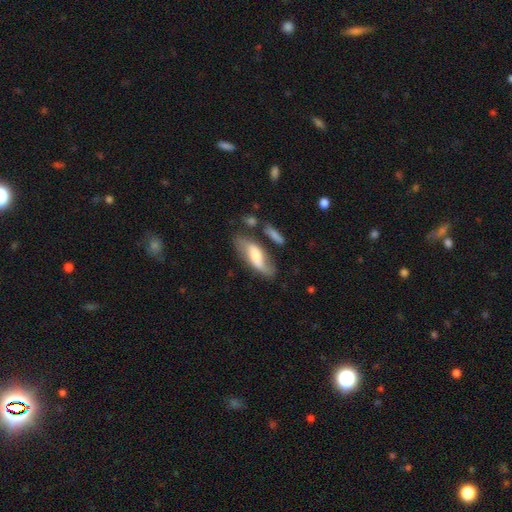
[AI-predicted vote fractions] This is possibly a featured or disk galaxy (48%). Merging: possibly none (59%).